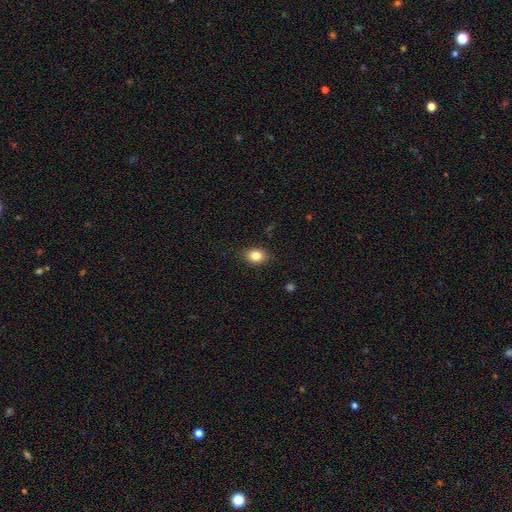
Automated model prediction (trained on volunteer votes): A smooth galaxy with no disk features (83%) that is in between round and cigar-shaped (62%).

Vote fractions:
- Smooth or featured? smooth: 83% / star or artifact: 10% / featured or disk: 7%
- How rounded? in between: 62% / round: 37% / cigar-shaped: 1%
- Merging? none: 86% / minor disturbance: 10% / major disturbance: 2% / merger: 1%